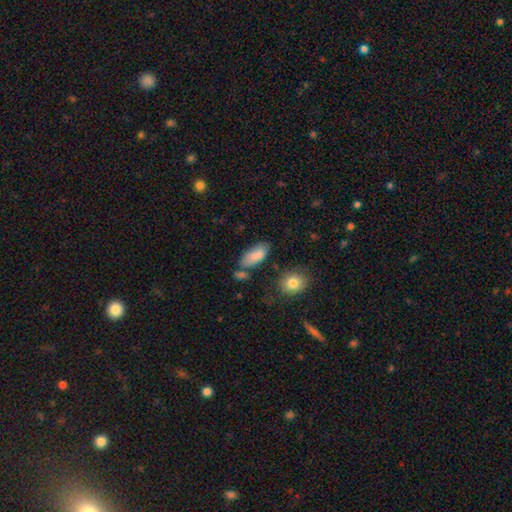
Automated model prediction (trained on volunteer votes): This appears to be a smooth galaxy with no disk features (84%) that is in between round and cigar-shaped (89%). Merging: none (61%).